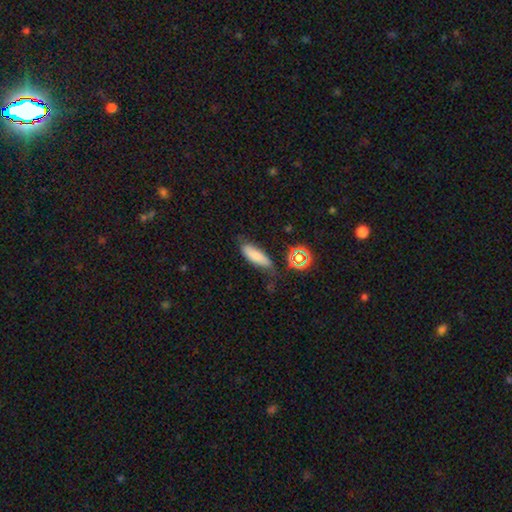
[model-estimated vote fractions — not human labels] This is likely a smooth galaxy (77%). How rounded: possibly in between (58%). Merging: possibly none (58%).